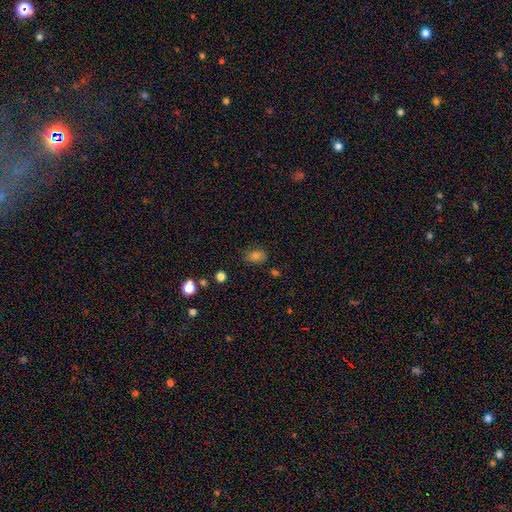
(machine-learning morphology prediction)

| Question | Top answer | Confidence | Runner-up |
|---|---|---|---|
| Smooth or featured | smooth | 78% | star or artifact (15%) |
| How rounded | in between | 80% | round (18%) |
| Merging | none | 76% | minor disturbance (17%) |